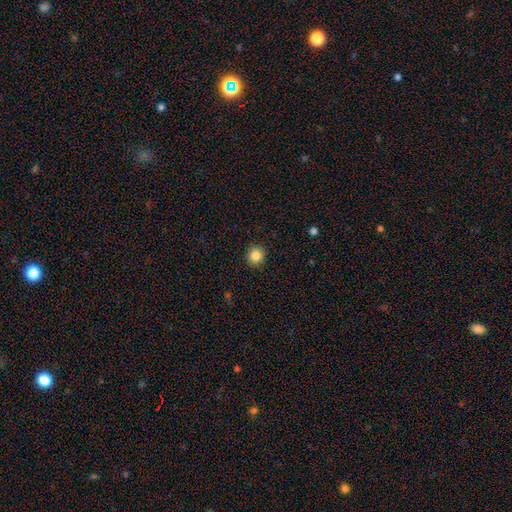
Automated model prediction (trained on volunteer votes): A smooth galaxy with no disk features (85%) that is round (90%). Merging: none (92%).